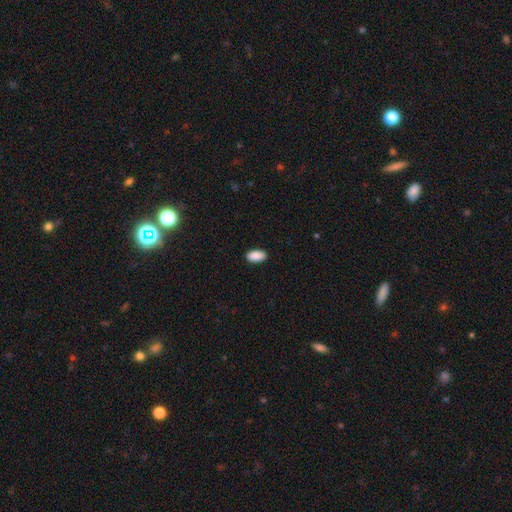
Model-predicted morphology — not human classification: smooth_or_featured: smooth (p=0.90) [alt: star or artifact p=0.07]
how_rounded: in between (p=0.93) [alt: cigar-shaped p=0.04]
merging: none (p=0.89) [alt: minor disturbance p=0.08]